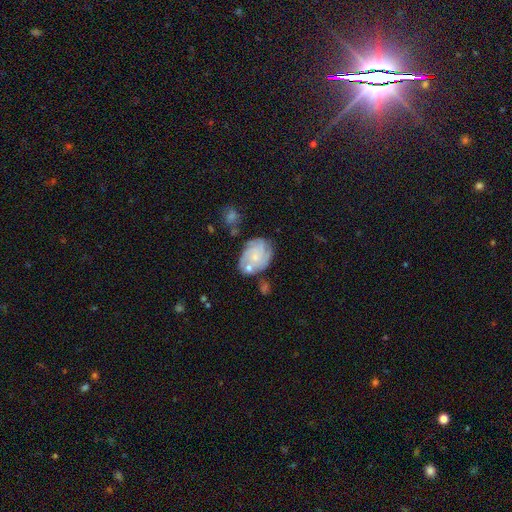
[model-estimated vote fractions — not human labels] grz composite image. It shows a featured or disk galaxy (66%) with no bar (78%), tight (56%) spiral arms (85%) and a small central bulge (54%). Merging: none (58%).